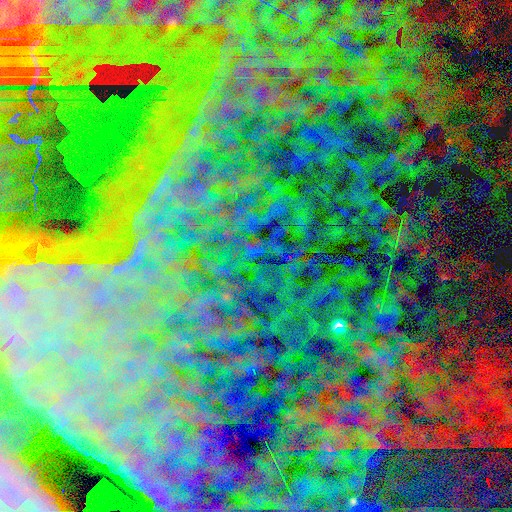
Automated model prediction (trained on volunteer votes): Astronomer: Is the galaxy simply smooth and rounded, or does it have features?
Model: star or artifact — 86%.